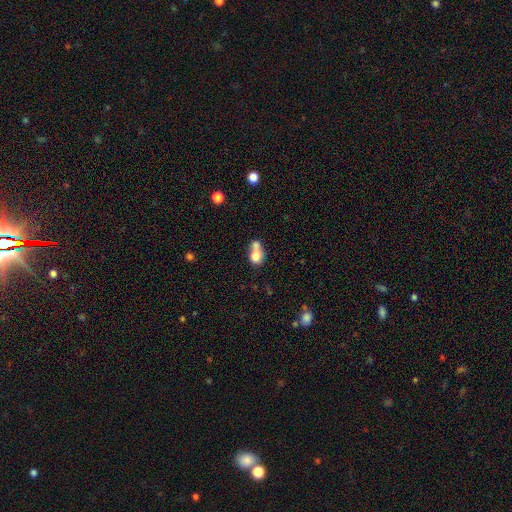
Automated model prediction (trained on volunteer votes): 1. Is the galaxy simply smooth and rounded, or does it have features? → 72% smooth, 19% featured or disk, 10% star or artifact.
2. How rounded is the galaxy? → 51% round, 47% in between, 2% cigar-shaped.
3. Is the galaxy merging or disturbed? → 63% merger, 22% none, 9% minor disturbance, 6% major disturbance.